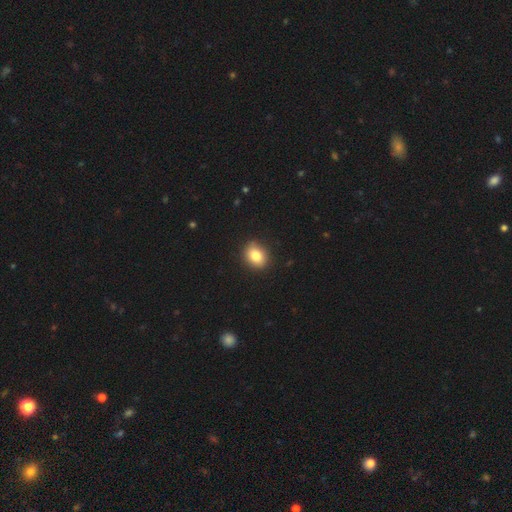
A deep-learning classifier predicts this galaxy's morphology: Q: Smooth or featured?
A: smooth (83%); runner-up: star or artifact (9%)
Q: How rounded?
A: in between (53%); runner-up: round (46%)
Q: Merging?
A: none (86%); runner-up: minor disturbance (10%)